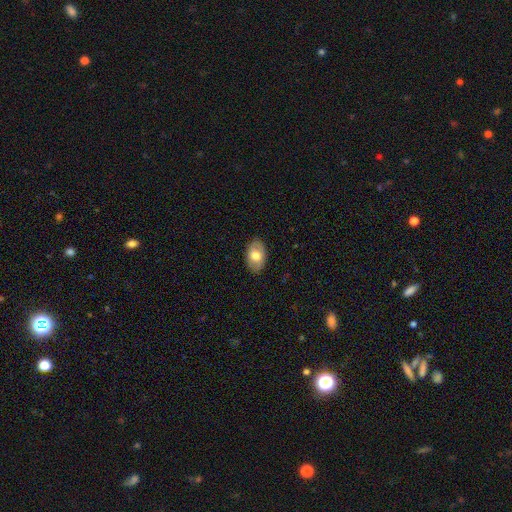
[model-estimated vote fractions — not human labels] A smooth galaxy with no disk features (70%) that is in between round and cigar-shaped (91%).

Vote fractions:
- Smooth or featured? smooth: 70% / featured or disk: 23% / star or artifact: 7%
- How rounded? in between: 91% / round: 8% / cigar-shaped: 1%
- Merging? none: 87% / minor disturbance: 10% / major disturbance: 2% / merger: 1%